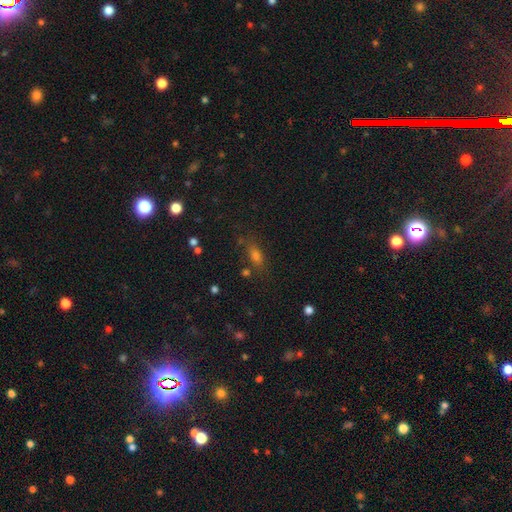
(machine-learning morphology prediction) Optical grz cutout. It shows a smooth galaxy with no disk features (63%) that is in between round and cigar-shaped (69%). Merging: none (74%).